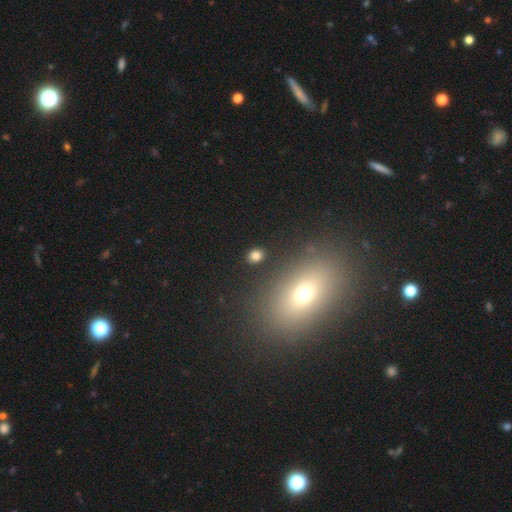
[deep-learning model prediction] Smooth or featured: smooth — 79% (star or artifact — 14%)
How rounded: in between — 51% (round — 47%)
Merging: none — 86% (minor disturbance — 7%)